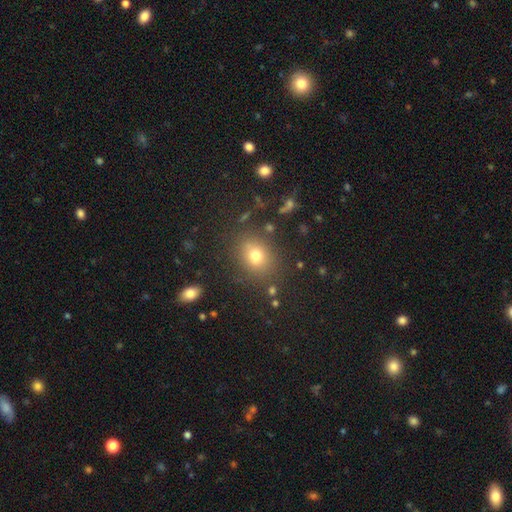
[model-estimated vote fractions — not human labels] Smooth or featured: smooth — 75% (star or artifact — 16%)
How rounded: round — 58% (in between — 41%)
Merging: none — 80% (minor disturbance — 12%)